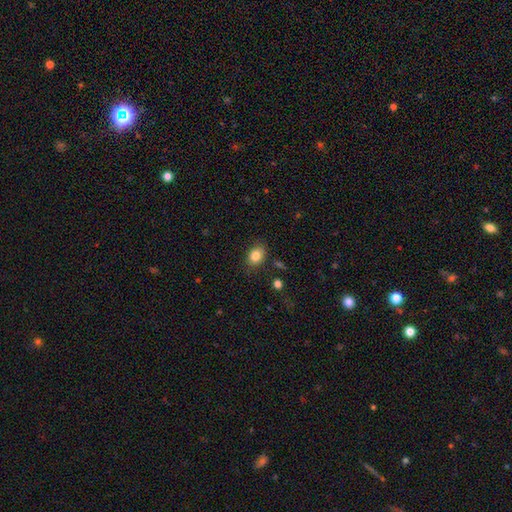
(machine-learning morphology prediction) Smooth or featured? smooth (84%)
How rounded? in between (66%)
Merging? none (83%)